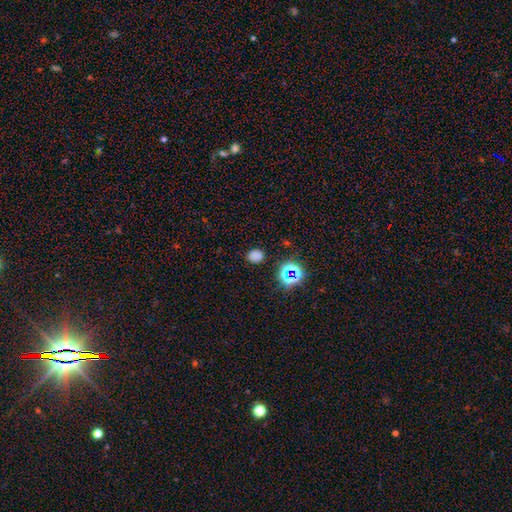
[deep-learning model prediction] This is likely a smooth galaxy (67%). How rounded: possibly round (56%). Merging: clearly none (83%).